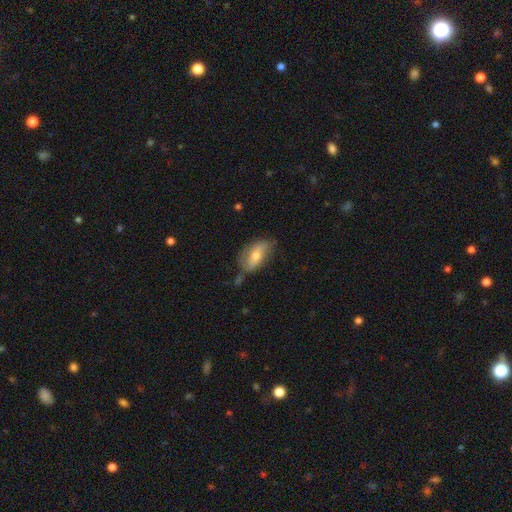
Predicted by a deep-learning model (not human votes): This is possibly a smooth galaxy (52%). How rounded: clearly in between (88%). Merging: possibly none (53%).